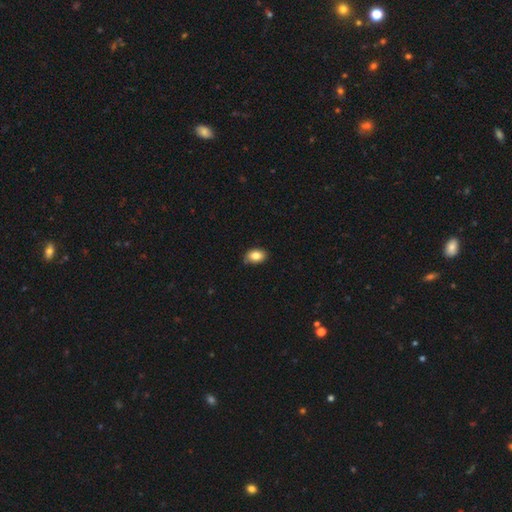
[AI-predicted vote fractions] Morphology: type=smooth (85%); roundness=in between (79%); merging=none (80%).